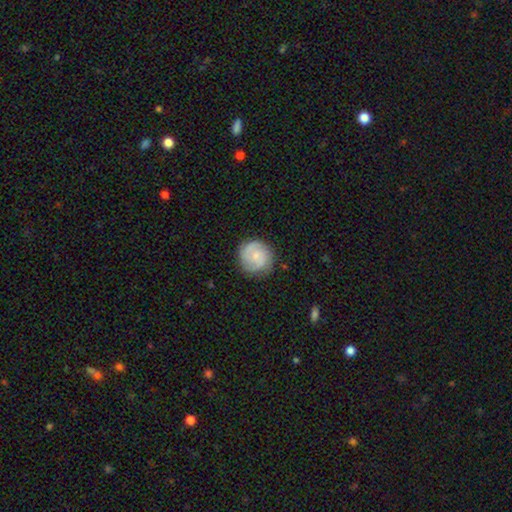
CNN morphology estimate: Overall: featured or disk (57%; smooth 36%). Edge-on disk: no (98%). Bar: no (70%). Spiral arms: yes (91%). Spiral arm count: 2 (51%; can't tell 21%). Spiral winding: tight (52%; medium 37%). Bulge size: small (67%). Merging: none (80%).